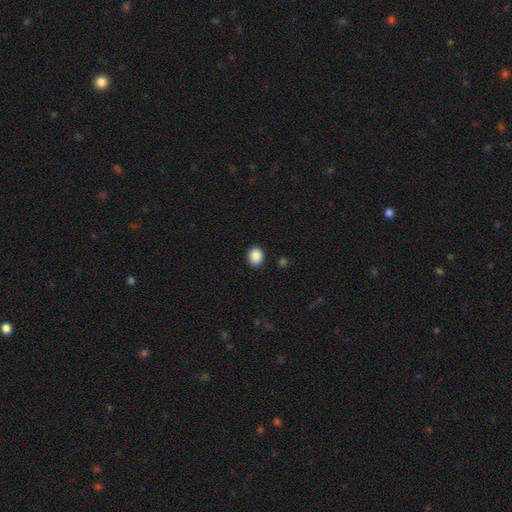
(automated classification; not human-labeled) The model was most divided on "how rounded": round: 67%, in between: 32%, cigar-shaped: 1%. More confident: merging — none (90%); smooth or featured — smooth (89%).